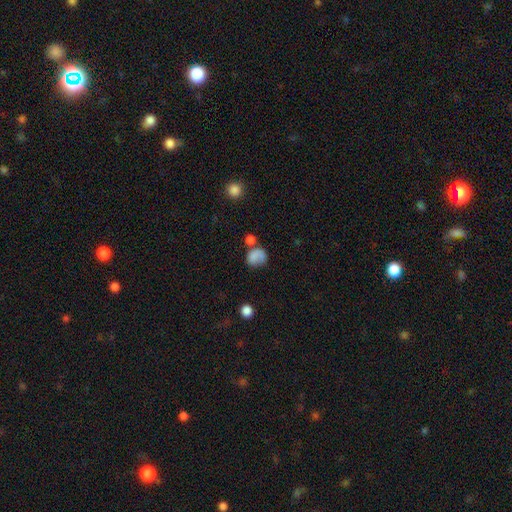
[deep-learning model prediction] A smooth galaxy with no disk features (75%) that is round (63%). Merging: none (46%).